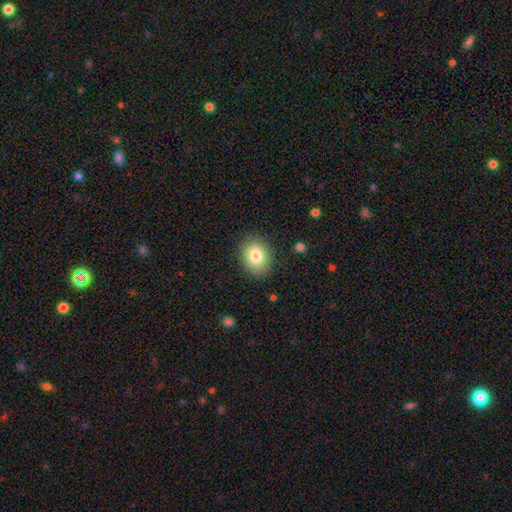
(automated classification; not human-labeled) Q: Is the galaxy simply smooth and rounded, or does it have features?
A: smooth — 81%.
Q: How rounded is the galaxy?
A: in between — 54%.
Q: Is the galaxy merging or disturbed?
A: none — 86%.